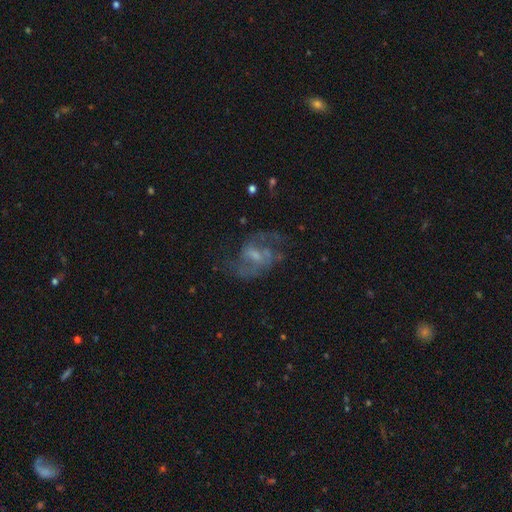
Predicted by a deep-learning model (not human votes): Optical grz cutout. It shows a featured or disk galaxy (77%) with a weak bar (53%), 2 (79%) medium (49%) spiral arms (84%) and a small central bulge (41%). Merging: none (56%).